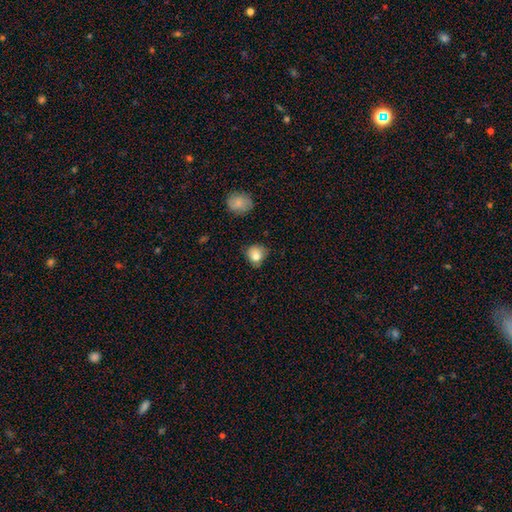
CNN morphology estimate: type=smooth (82%); roundness=round (78%); merging=none (64%).